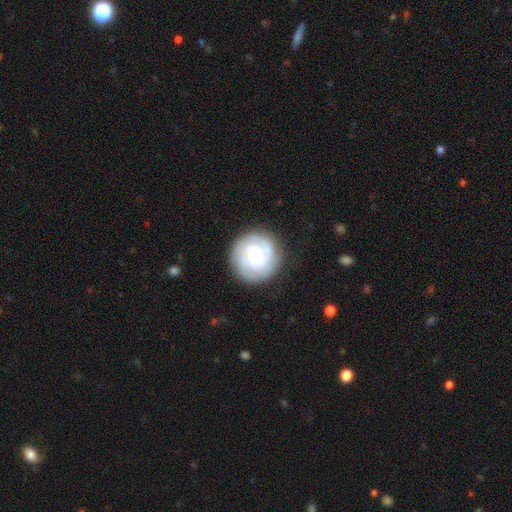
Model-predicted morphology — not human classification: Smooth or featured: featured or disk — 71% (smooth — 23%)
Edge-on disk: no — 98% (yes — 2%)
Bar: no — 78% (weak — 18%)
Spiral arms: yes — 89% (no — 11%)
Spiral winding: tight — 75% (medium — 20%)
Spiral arm count: can't tell — 36% (3 — 24%)
Bulge size: moderate — 49% (small — 44%)
Merging: none — 84% (minor disturbance — 11%)